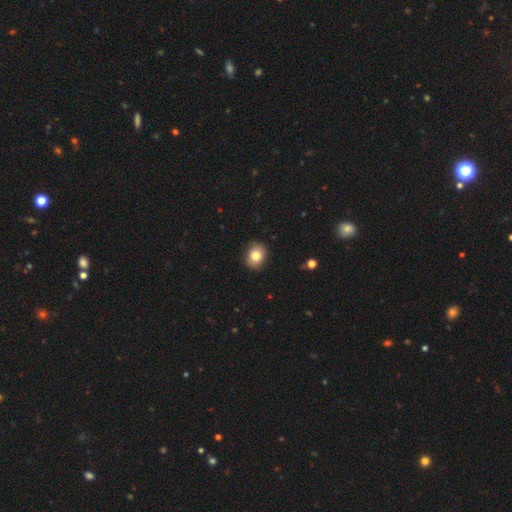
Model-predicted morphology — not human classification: Smooth or featured?
  - smooth: 81% *
  - featured or disk: 10%
  - star or artifact: 9%
How rounded?
  - round: 55% *
  - in between: 45%
  - cigar-shaped: 1%
Merging?
  - none: 86% *
  - minor disturbance: 10%
  - major disturbance: 2%
  - merger: 1%